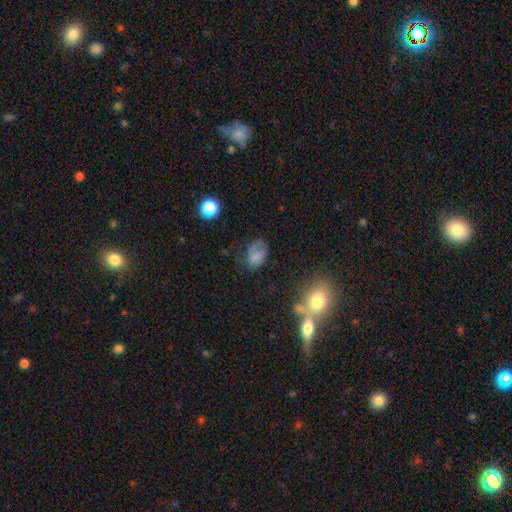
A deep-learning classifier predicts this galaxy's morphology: Smooth or featured? smooth (71%)
How rounded? in between (84%)
Merging? none (49%)